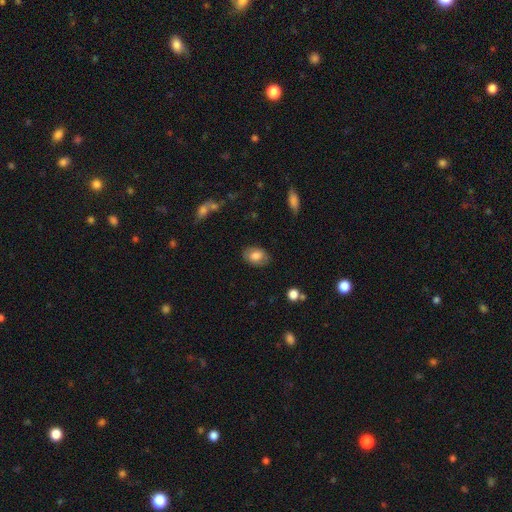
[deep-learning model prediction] Smooth or featured? smooth (79%)
How rounded? in between (81%)
Merging? none (84%)